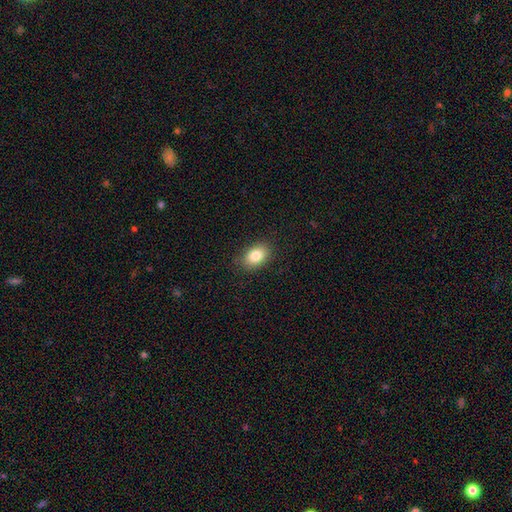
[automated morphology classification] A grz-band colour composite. It shows a smooth galaxy with no disk features (83%) that is in between round and cigar-shaped (83%). Merging: none (87%).